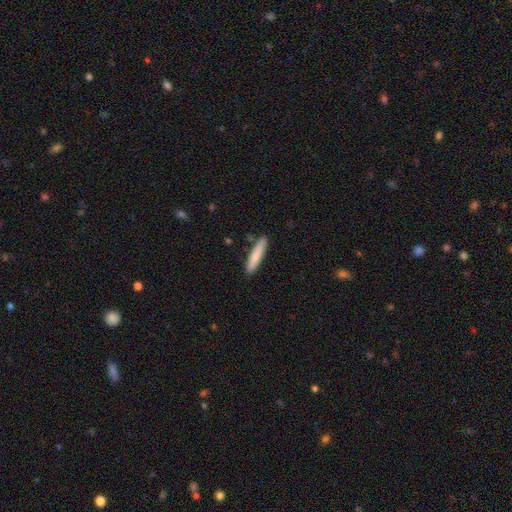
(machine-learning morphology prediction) smooth 79%, featured or disk 15%, star or artifact 6%. Down the decision tree: how rounded — cigar-shaped (88%); merging — none (86%).